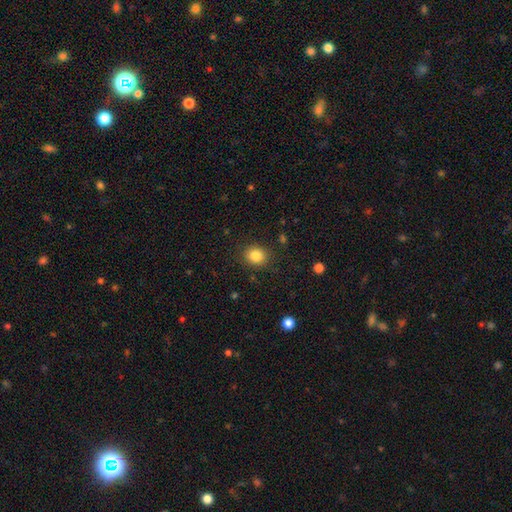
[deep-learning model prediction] Smooth or featured: smooth — 84% (star or artifact — 11%)
How rounded: round — 67% (in between — 32%)
Merging: none — 87% (minor disturbance — 9%)